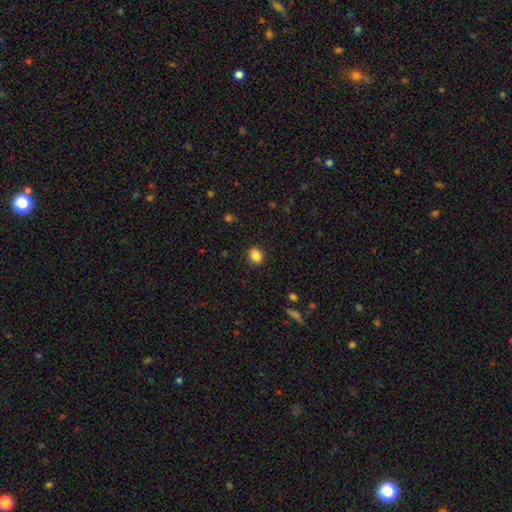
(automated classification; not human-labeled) This is clearly a smooth galaxy (86%). How rounded: likely round (66%). Merging: clearly none (90%).